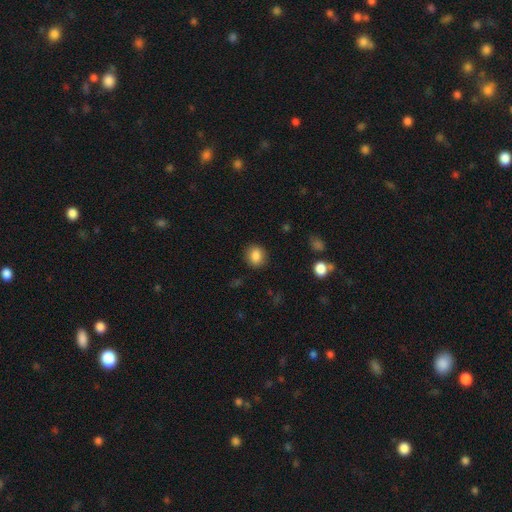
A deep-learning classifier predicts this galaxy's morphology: smooth_or_featured: smooth (p=0.85) [alt: star or artifact p=0.09]
how_rounded: round (p=0.67) [alt: in between p=0.32]
merging: none (p=0.87) [alt: minor disturbance p=0.09]